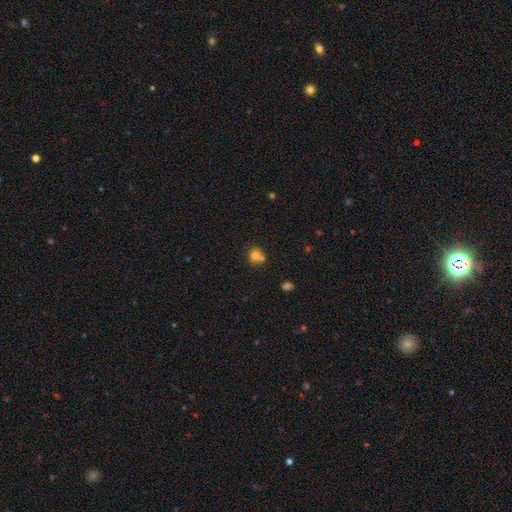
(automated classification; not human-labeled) A smooth galaxy with no disk features (78%) that is round (86%).

Vote fractions:
- Smooth or featured? smooth: 78% / star or artifact: 12% / featured or disk: 9%
- How rounded? round: 86% / in between: 13% / cigar-shaped: 1%
- Merging? none: 56% / merger: 31% / minor disturbance: 10% / major disturbance: 3%